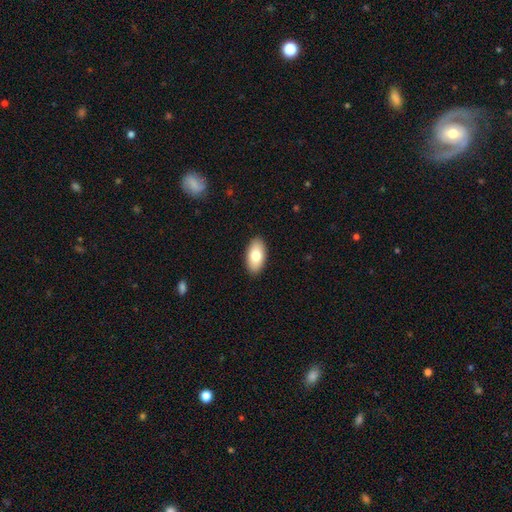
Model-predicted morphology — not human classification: Q: Smooth or featured?
A: smooth (80%); runner-up: featured or disk (14%)
Q: How rounded?
A: in between (94%); runner-up: round (3%)
Q: Merging?
A: none (90%); runner-up: minor disturbance (7%)